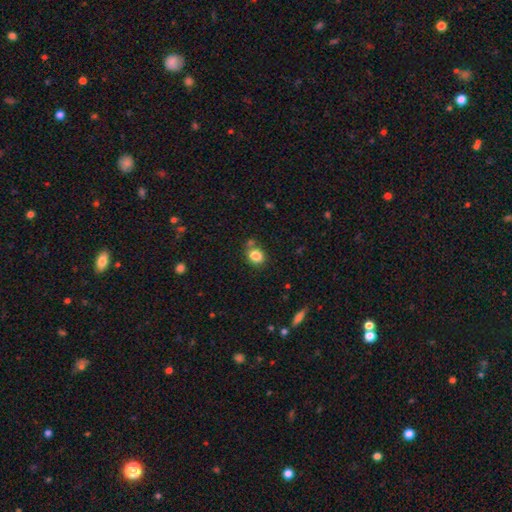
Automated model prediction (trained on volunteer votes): smooth_or_featured: smooth (p=0.84) [alt: star or artifact p=0.10]
how_rounded: round (p=0.55) [alt: in between p=0.44]
merging: none (p=0.70) [alt: minor disturbance p=0.13]